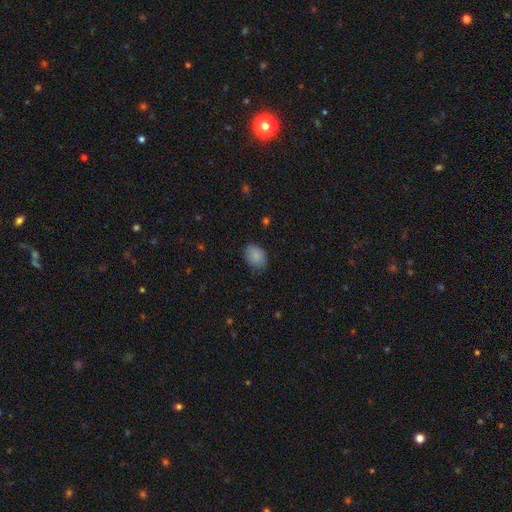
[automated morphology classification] type=smooth (87%); roundness=in between (76%); merging=none (73%).